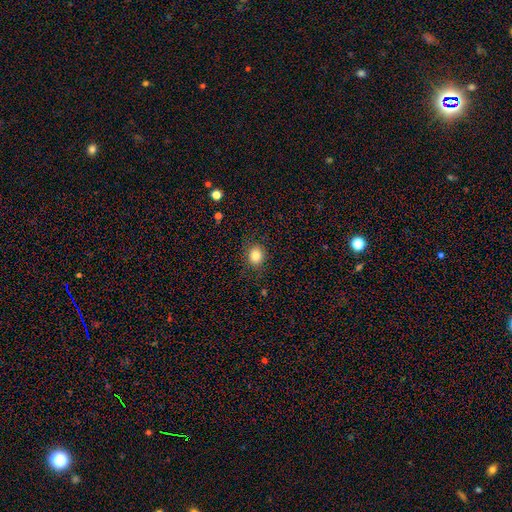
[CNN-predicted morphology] This is clearly a smooth galaxy (82%). How rounded: likely round (68%). Merging: clearly none (86%).